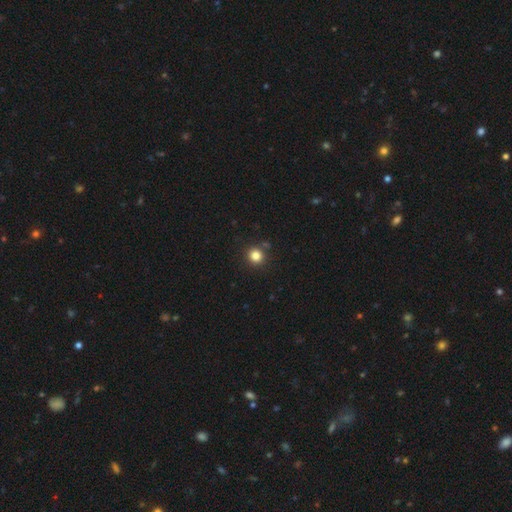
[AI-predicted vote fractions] smooth_or_featured: smooth (p=0.83) [alt: star or artifact p=0.13]
how_rounded: round (p=0.92) [alt: in between p=0.07]
merging: none (p=0.87) [alt: minor disturbance p=0.07]